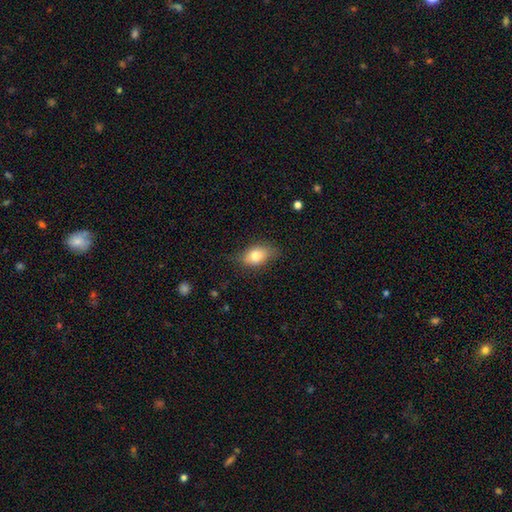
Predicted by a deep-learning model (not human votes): This appears to be a smooth galaxy with no disk features (79%) that is in between round and cigar-shaped (87%). Merging: none (73%).